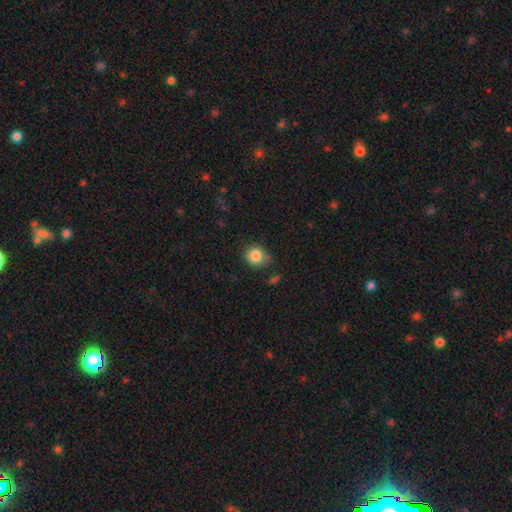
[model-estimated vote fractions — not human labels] Smooth or featured? Predicted: smooth (p=0.84). How rounded? Predicted: round (p=0.86). Merging? Predicted: none (p=0.70).